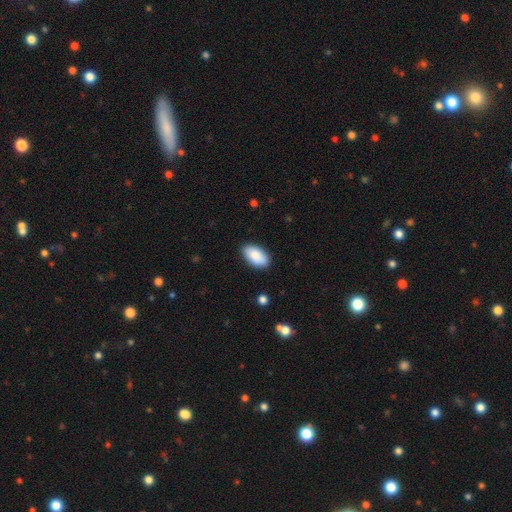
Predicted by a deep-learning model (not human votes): Smooth or featured? smooth (86%)
How rounded? in between (95%)
Merging? none (87%)